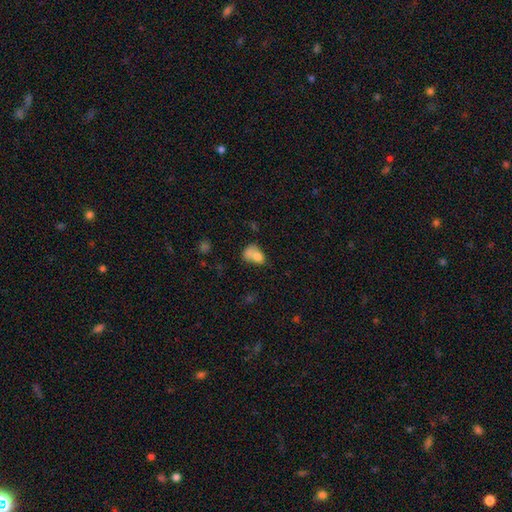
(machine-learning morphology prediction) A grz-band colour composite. It shows a smooth galaxy with no disk features (74%) that is in between round and cigar-shaped (67%). Merging: merger (42%).